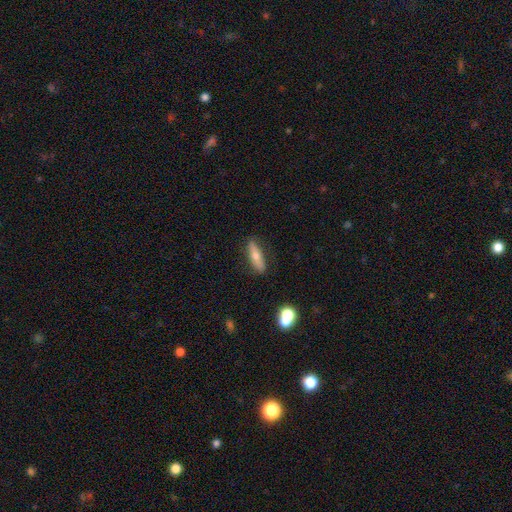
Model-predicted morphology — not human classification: smooth 49%, featured or disk 41%, star or artifact 10%. Down the decision tree: merging — none (85%).